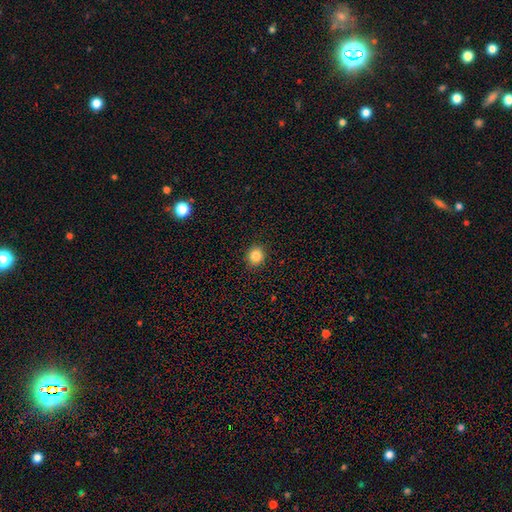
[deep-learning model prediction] A smooth galaxy with no disk features (86%) that is round (84%).

Vote fractions:
- Smooth or featured? smooth: 86% / star or artifact: 10% / featured or disk: 3%
- How rounded? round: 84% / in between: 15% / cigar-shaped: 1%
- Merging? none: 90% / minor disturbance: 7% / major disturbance: 2% / merger: 1%